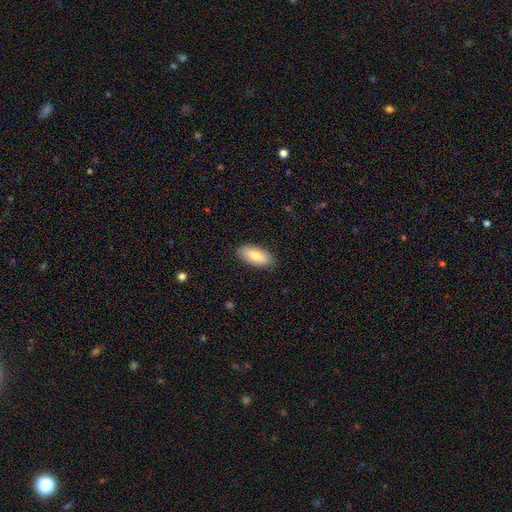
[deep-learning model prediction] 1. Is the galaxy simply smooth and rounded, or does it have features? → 79% smooth, 15% featured or disk, 6% star or artifact.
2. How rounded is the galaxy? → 88% in between, 10% cigar-shaped, 2% round.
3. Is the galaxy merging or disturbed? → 87% none, 10% minor disturbance, 2% major disturbance, 1% merger.